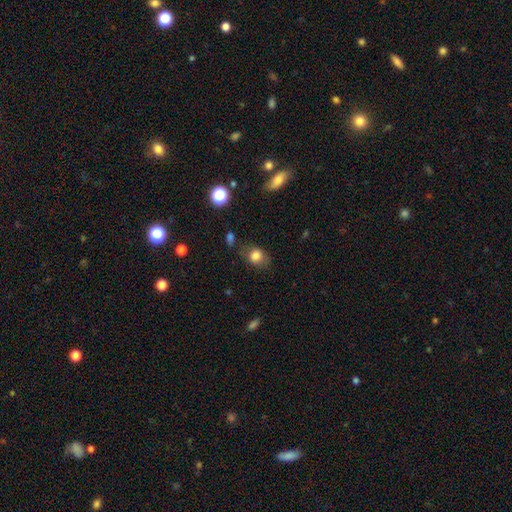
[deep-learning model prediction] Smooth or featured? Predicted: smooth (p=0.78). How rounded? Predicted: in between (p=0.51). Merging? Predicted: none (p=0.68).